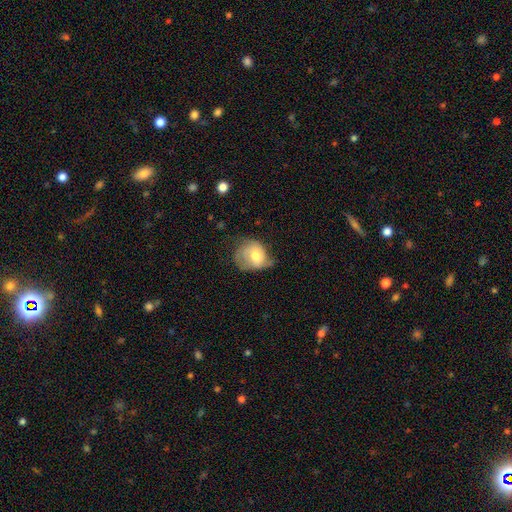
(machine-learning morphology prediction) Smooth or featured? Predicted: smooth (p=0.60). How rounded? Predicted: round (p=0.56). Merging? Predicted: minor disturbance (p=0.38).